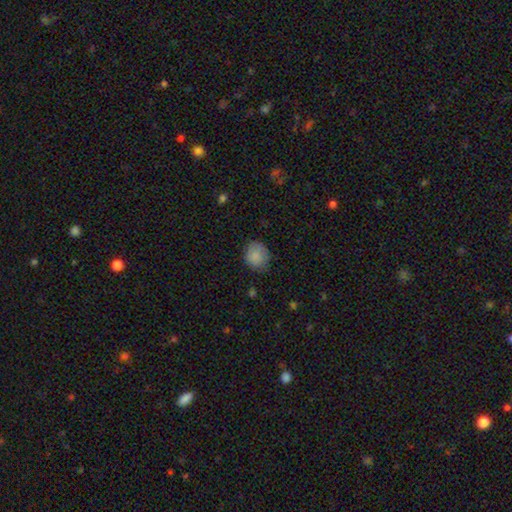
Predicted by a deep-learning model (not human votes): A smooth galaxy with no disk features (83%) that is round (66%). Merging: none (69%).